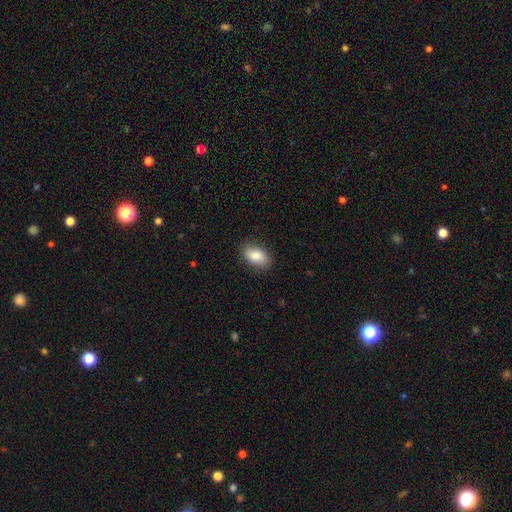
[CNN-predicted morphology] type=smooth (86%); roundness=in between (91%); merging=none (86%).